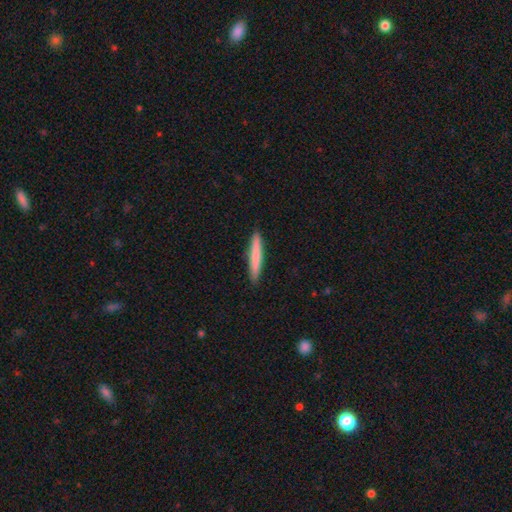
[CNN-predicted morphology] type=smooth (76%); roundness=cigar-shaped (95%); merging=none (92%).